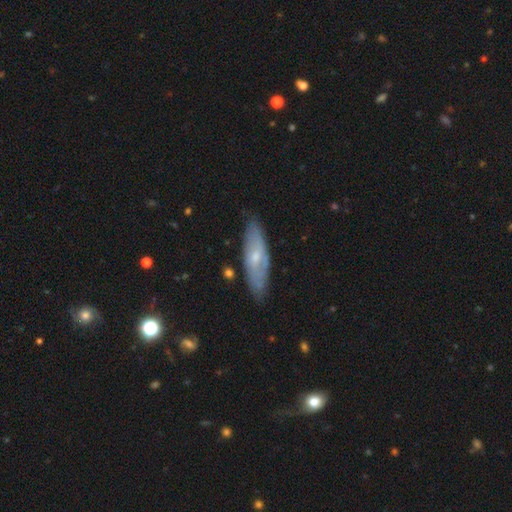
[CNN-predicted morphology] A featured or disk galaxy (59%).

Vote fractions:
- Smooth or featured? featured or disk: 59% / smooth: 31% / star or artifact: 10%
- Edge-on disk? no: 60% / yes: 40%
- Merging? none: 83% / minor disturbance: 13% / major disturbance: 3% / merger: 2%